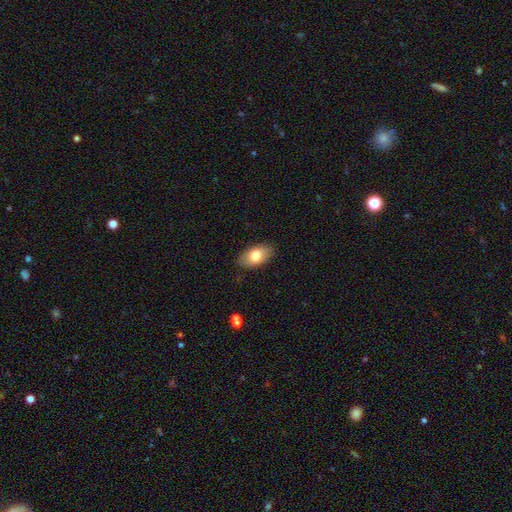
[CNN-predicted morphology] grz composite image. It shows a smooth galaxy with no disk features (79%) that is in between round and cigar-shaped (93%). Merging: none (86%).